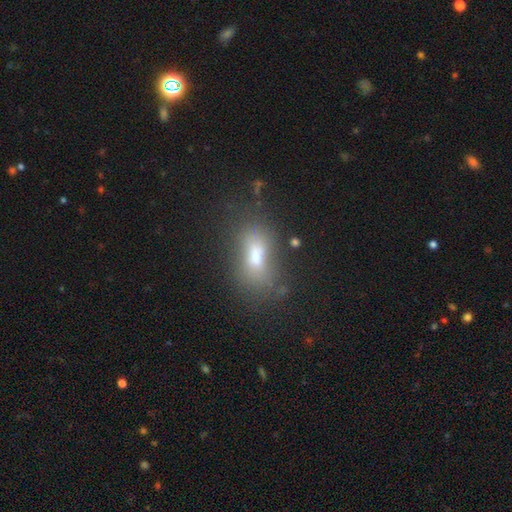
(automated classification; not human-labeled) Smooth or featured?
  - smooth: 68% *
  - featured or disk: 19%
  - star or artifact: 14%
How rounded?
  - in between: 82% *
  - cigar-shaped: 10%
  - round: 9%
Merging?
  - none: 54% *
  - minor disturbance: 21%
  - major disturbance: 16%
  - merger: 8%